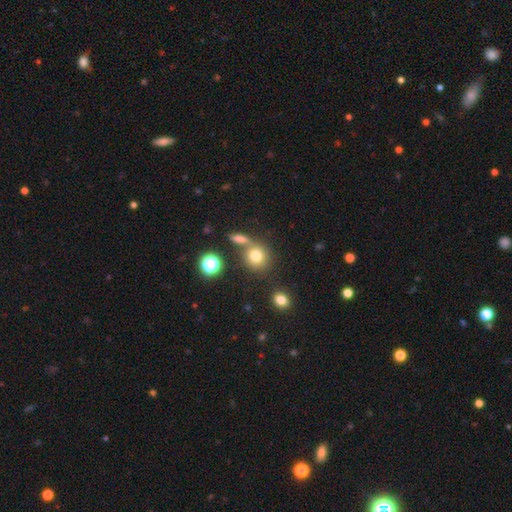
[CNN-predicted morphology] Smooth or featured? smooth (76%)
How rounded? round (84%)
Merging? none (59%)